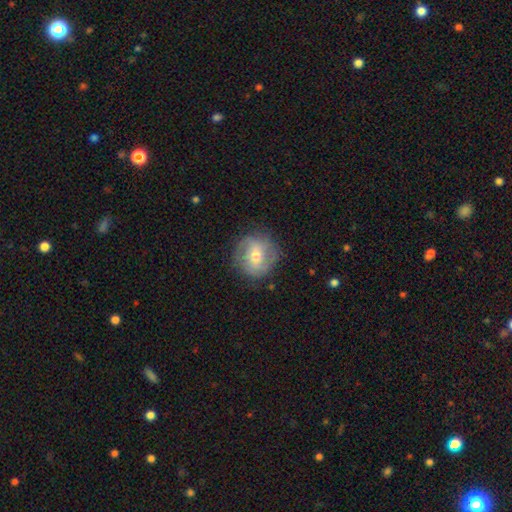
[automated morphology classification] Smooth or featured: featured or disk — 59% (smooth — 33%)
Edge-on disk: no — 96% (yes — 4%)
Bar: weak — 45% (no — 36%)
Spiral arms: yes — 76% (no — 24%)
Bulge size: moderate — 68% (small — 25%)
Merging: none — 78% (minor disturbance — 15%)